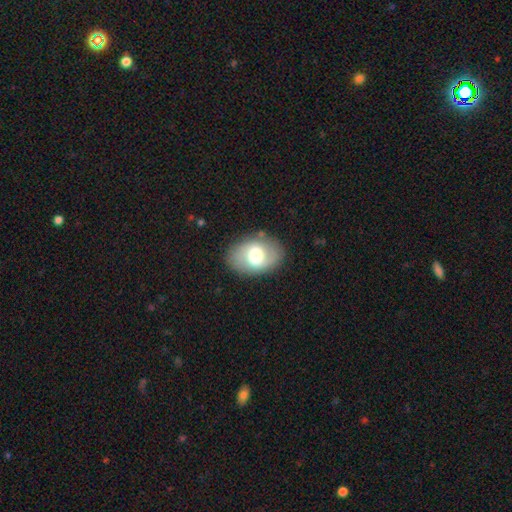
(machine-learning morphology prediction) This appears to be a smooth galaxy with no disk features (57%) that is in between round and cigar-shaped (83%). Merging: none (83%).